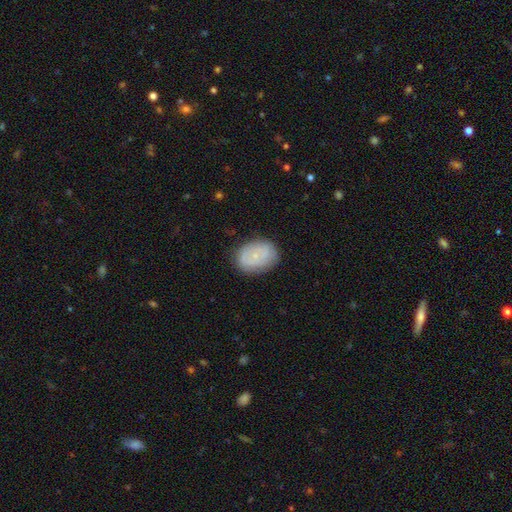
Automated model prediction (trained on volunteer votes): This appears to be a smooth galaxy with no disk features (57%) that is in between round and cigar-shaped (77%). Merging: none (78%).